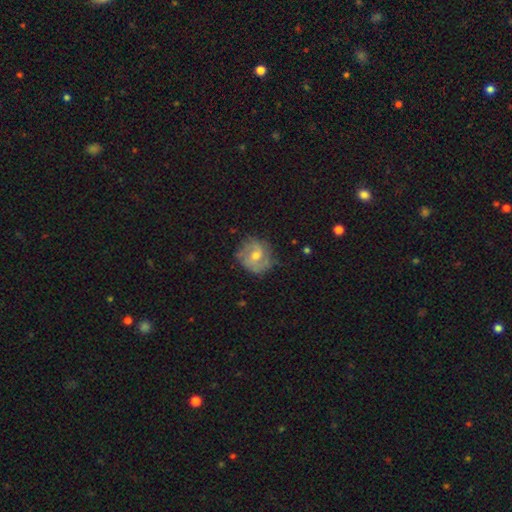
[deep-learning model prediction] A featured or disk galaxy (61%) with no bar (54%), spiral arms (79%) and a moderate central bulge (61%).

Vote fractions:
- Smooth or featured? featured or disk: 61% / smooth: 32% / star or artifact: 7%
- Edge-on disk? no: 97% / yes: 3%
- Bar? no: 54% / weak: 38% / strong: 7%
- Spiral arms? yes: 79% / no: 21%
- Bulge size? moderate: 61% / small: 33% / large: 3% / none: 2% / dominant: 1%
- Merging? none: 68% / minor disturbance: 23% / major disturbance: 8% / merger: 2%